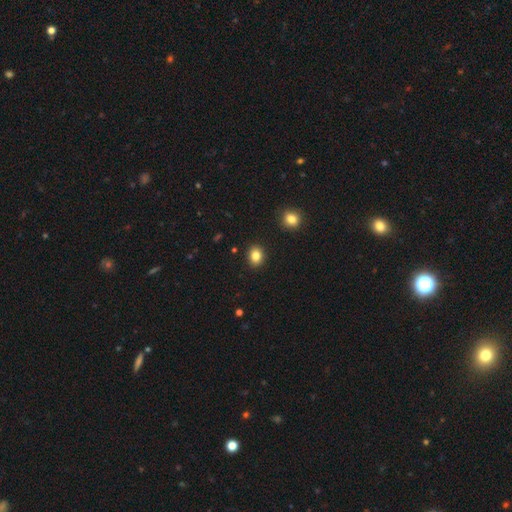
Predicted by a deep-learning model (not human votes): This appears to be a smooth galaxy with no disk features (84%) that is round (55%). Merging: none (90%).